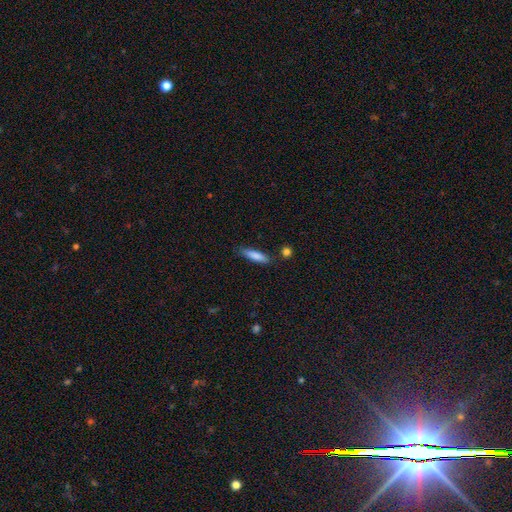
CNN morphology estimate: The model was most divided on "how rounded": cigar-shaped: 76%, in between: 23%, round: 2%. More confident: merging — none (82%); smooth or featured — smooth (80%).